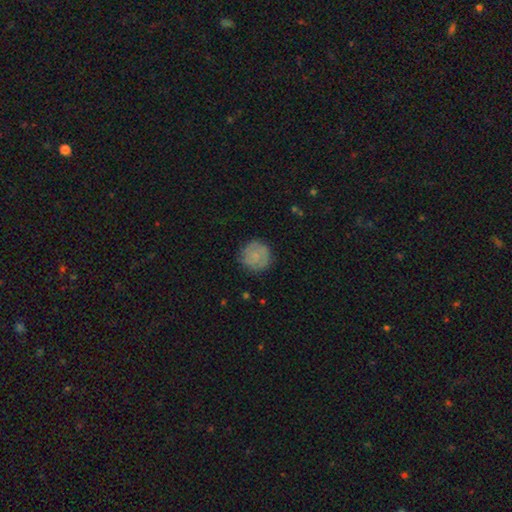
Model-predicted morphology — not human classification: Smooth or featured? Predicted: smooth (p=0.60). How rounded? Predicted: round (p=0.92). Merging? Predicted: none (p=0.80).